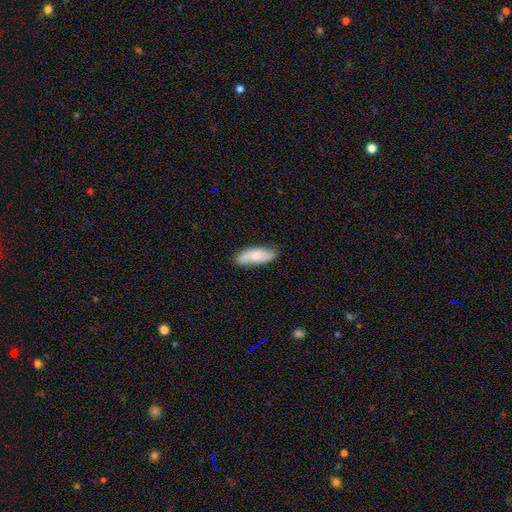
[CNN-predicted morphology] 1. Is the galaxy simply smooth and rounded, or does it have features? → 69% smooth, 25% featured or disk, 6% star or artifact.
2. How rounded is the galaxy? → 65% in between, 33% cigar-shaped, 2% round.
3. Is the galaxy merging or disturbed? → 80% none, 16% minor disturbance, 3% major disturbance, 1% merger.